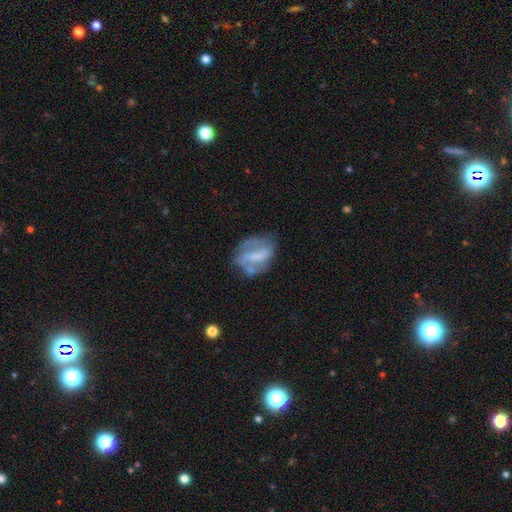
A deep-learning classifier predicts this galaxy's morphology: Smooth or featured? Predicted: featured or disk (p=0.57). Edge-on disk? Predicted: no (p=0.95). Bar? Predicted: strong (p=0.37). Spiral arms? Predicted: no (p=0.50, tied with yes). Bulge size? Predicted: none (p=0.48). Merging? Predicted: none (p=0.45).